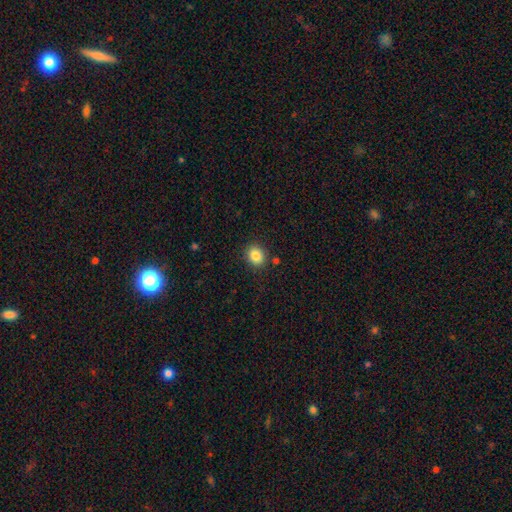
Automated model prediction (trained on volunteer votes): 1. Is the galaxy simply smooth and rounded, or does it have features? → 85% smooth, 9% star or artifact, 5% featured or disk.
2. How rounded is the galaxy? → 60% round, 39% in between, 1% cigar-shaped.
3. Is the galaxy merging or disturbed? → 87% none, 8% minor disturbance, 3% merger, 2% major disturbance.